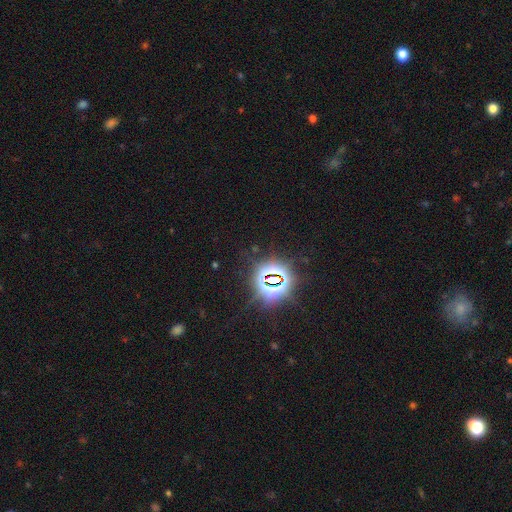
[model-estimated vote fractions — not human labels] star or artifact 81%, smooth 11%, featured or disk 7%.